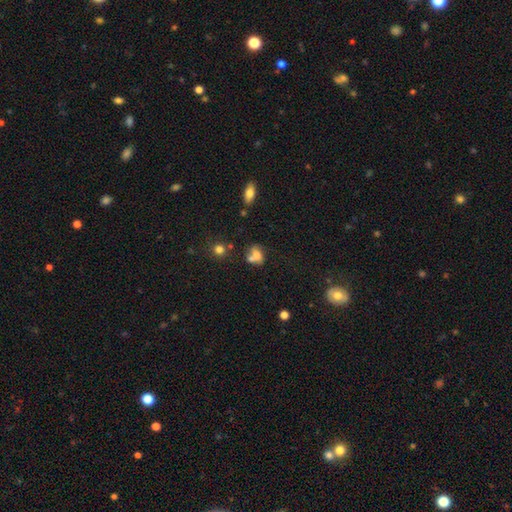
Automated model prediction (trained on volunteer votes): The model was most divided on "merging": merger: 41%, none: 34%, minor disturbance: 16%, major disturbance: 9%. More confident: how rounded — in between (64%); smooth or featured — smooth (61%).